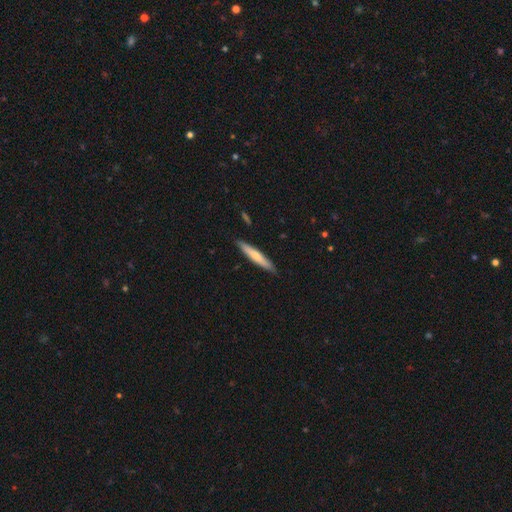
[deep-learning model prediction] smooth_or_featured: smooth (p=0.61) [alt: featured or disk p=0.34]
how_rounded: cigar-shaped (p=0.93) [alt: in between p=0.06]
merging: none (p=0.88) [alt: minor disturbance p=0.09]